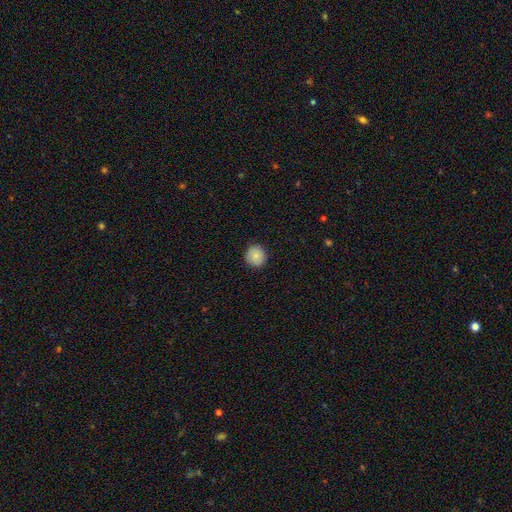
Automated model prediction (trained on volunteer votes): Overall: smooth (82%). How rounded: round (94%). Merging: none (90%).